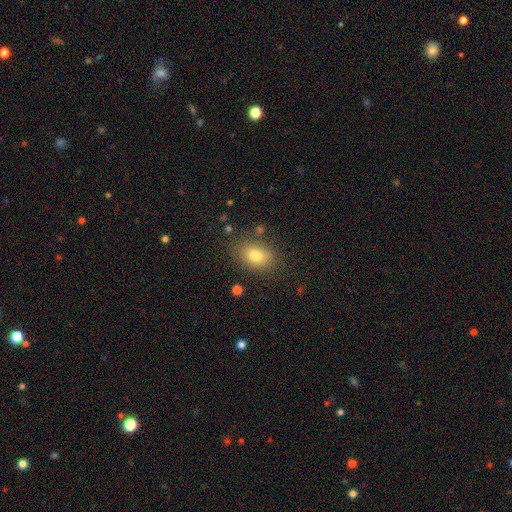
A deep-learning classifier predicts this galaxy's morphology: Smooth or featured? Predicted: smooth (p=0.78). How rounded? Predicted: in between (p=0.73). Merging? Predicted: none (p=0.81).